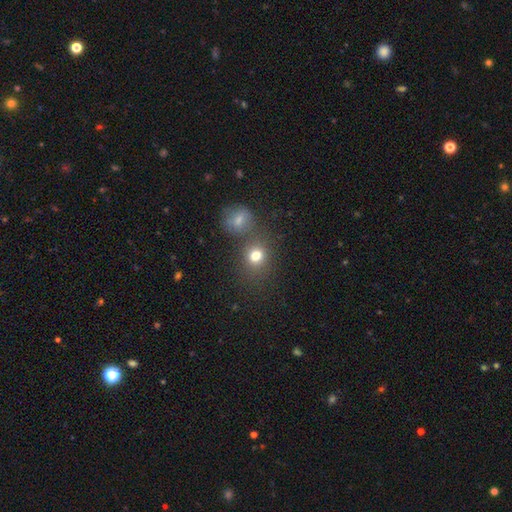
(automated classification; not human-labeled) smooth 77%, star or artifact 15%, featured or disk 8%. Down the decision tree: how rounded — round (76%); merging — none (62%).